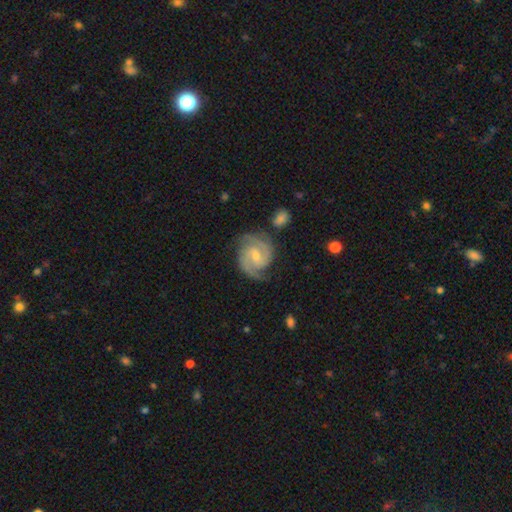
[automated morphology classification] Smooth or featured? featured or disk (89%)
Edge-on disk? no (98%)
Bar? weak (54%)
Spiral arms? yes (98%)
Spiral winding? tight (50%)
Spiral arm count? 2 (84%)
Bulge size? small (51%)
Merging? none (78%)